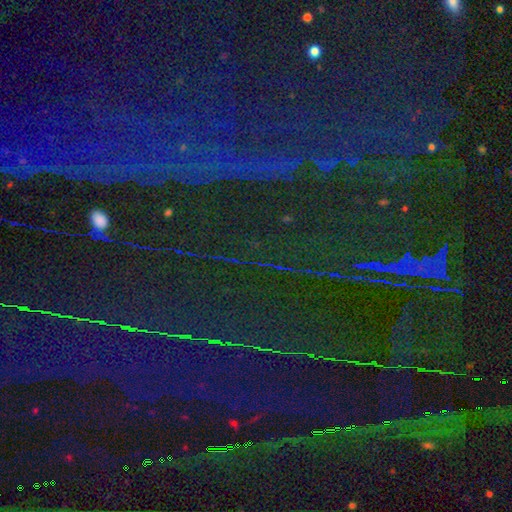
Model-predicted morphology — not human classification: This is clearly a star or artifact rather than a galaxy (85%).